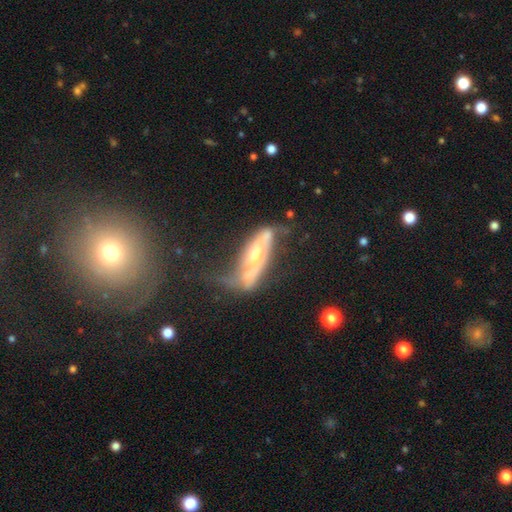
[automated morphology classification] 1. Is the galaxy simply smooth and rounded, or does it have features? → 75% featured or disk, 18% smooth, 7% star or artifact.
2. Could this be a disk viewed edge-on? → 76% no, 24% yes.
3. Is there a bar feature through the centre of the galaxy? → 39% no, 31% weak, 29% strong.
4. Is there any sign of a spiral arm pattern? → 80% yes, 20% no.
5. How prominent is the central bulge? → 49% moderate, 41% small, 5% large, 3% none, 2% dominant.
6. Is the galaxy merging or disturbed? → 35% none, 30% major disturbance, 24% minor disturbance, 11% merger.